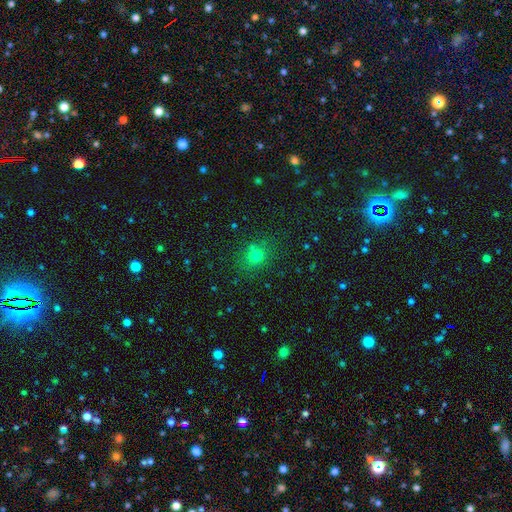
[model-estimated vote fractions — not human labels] smooth 73%, star or artifact 19%, featured or disk 8%. Down the decision tree: how rounded — round (71%); merging — none (77%).